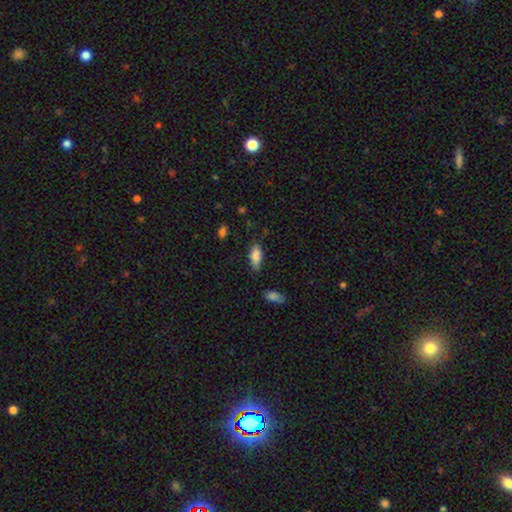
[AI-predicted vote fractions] The model was most divided on "merging": none: 72%, minor disturbance: 21%, major disturbance: 4%, merger: 2%. More confident: smooth or featured — smooth (84%); how rounded — in between (78%).